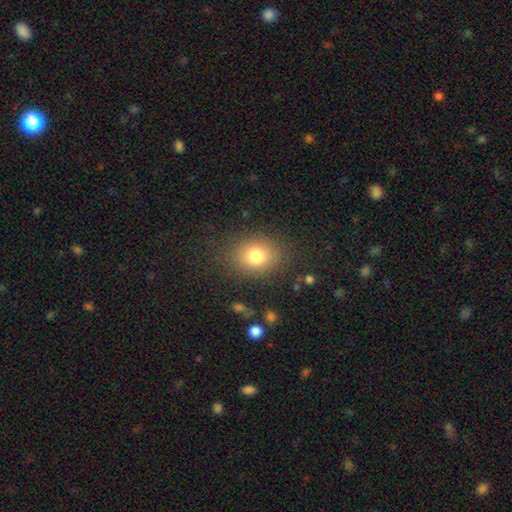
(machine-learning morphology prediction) smooth 78%, star or artifact 11%, featured or disk 10%. Down the decision tree: how rounded — in between (51%); merging — none (82%).